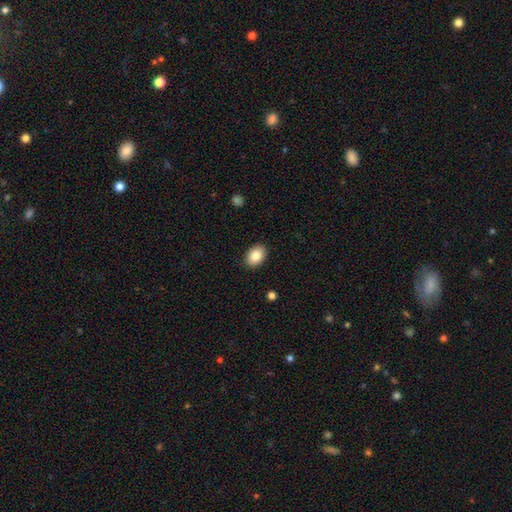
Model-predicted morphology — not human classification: Smooth or featured?
  - smooth: 85% *
  - star or artifact: 8%
  - featured or disk: 7%
How rounded?
  - in between: 82% *
  - round: 17%
  - cigar-shaped: 1%
Merging?
  - none: 89% *
  - minor disturbance: 8%
  - major disturbance: 2%
  - merger: 1%